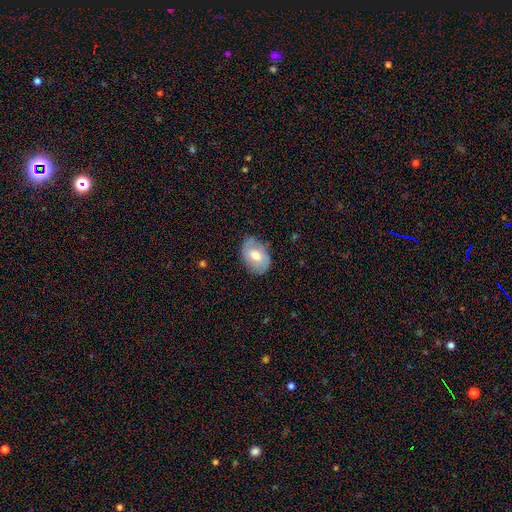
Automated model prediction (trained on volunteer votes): Q: Smooth or featured?
A: smooth (55%); runner-up: featured or disk (39%)
Q: How rounded?
A: in between (82%); runner-up: round (16%)
Q: Merging?
A: none (75%); runner-up: minor disturbance (19%)